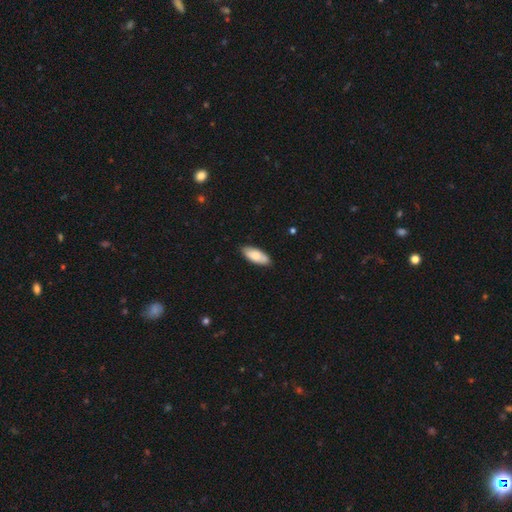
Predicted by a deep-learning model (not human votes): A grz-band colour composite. It shows a smooth galaxy with no disk features (80%) that is in between round and cigar-shaped (81%). Merging: none (83%).